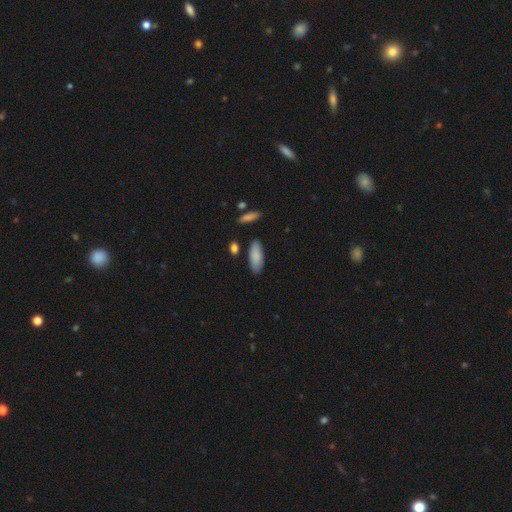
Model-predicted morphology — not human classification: The model was most divided on "how rounded": in between: 80%, cigar-shaped: 19%, round: 2%. More confident: smooth or featured — smooth (86%); merging — none (83%).